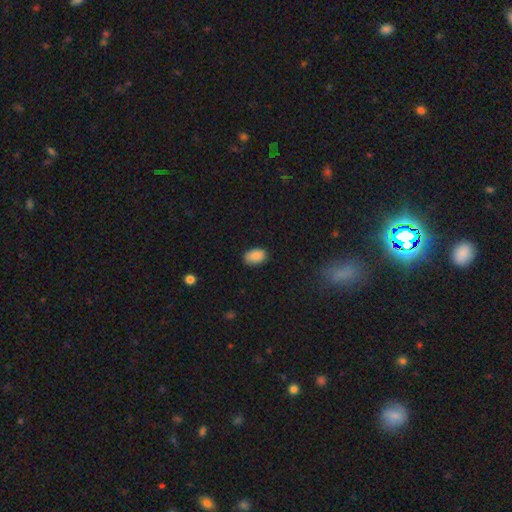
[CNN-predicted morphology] smooth_or_featured: smooth (p=0.88) [alt: star or artifact p=0.08]
how_rounded: in between (p=0.90) [alt: round p=0.08]
merging: none (p=0.84) [alt: minor disturbance p=0.13]